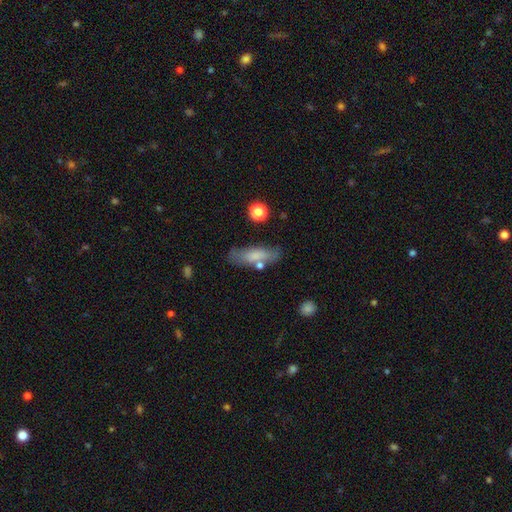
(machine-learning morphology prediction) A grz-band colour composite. It shows a smooth galaxy with no disk features (69%) that is in between round and cigar-shaped (54%). Merging: none (65%).